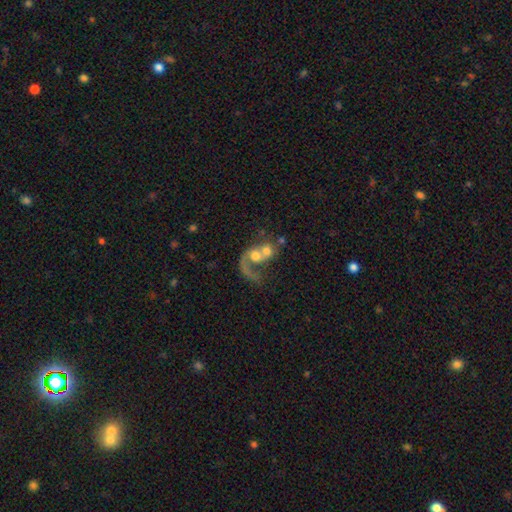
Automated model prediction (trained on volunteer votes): Smooth or featured? Predicted: featured or disk (p=0.59). Edge-on disk? Predicted: no (p=0.97). Bar? Predicted: no (p=0.77). Spiral arms? Predicted: yes (p=0.69). Bulge size? Predicted: moderate (p=0.45). Merging? Predicted: merger (p=0.71).